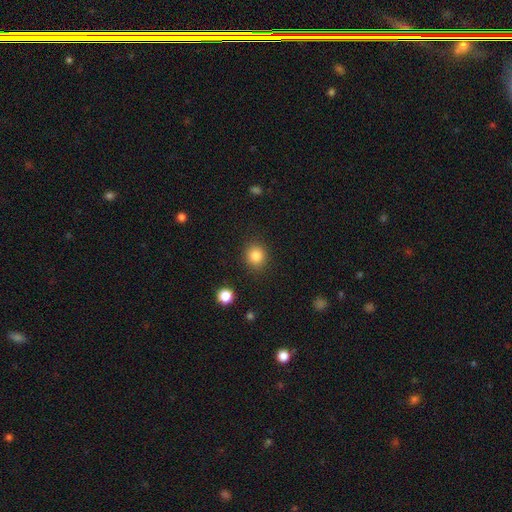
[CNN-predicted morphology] smooth_or_featured: smooth (p=0.85) [alt: star or artifact p=0.10]
how_rounded: round (p=0.86) [alt: in between p=0.14]
merging: none (p=0.89) [alt: minor disturbance p=0.07]